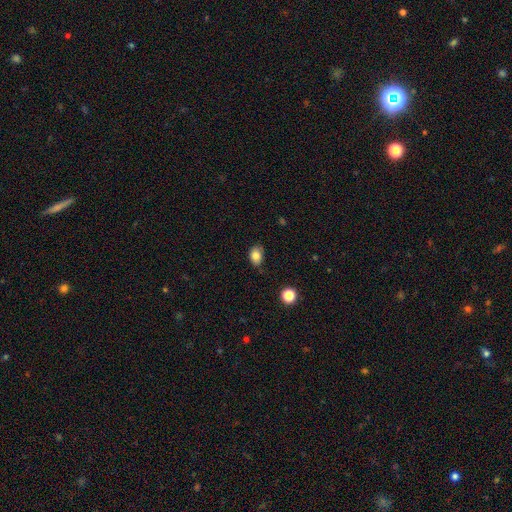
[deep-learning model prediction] Morphology: type=smooth (82%); roundness=in between (74%); merging=none (73%).